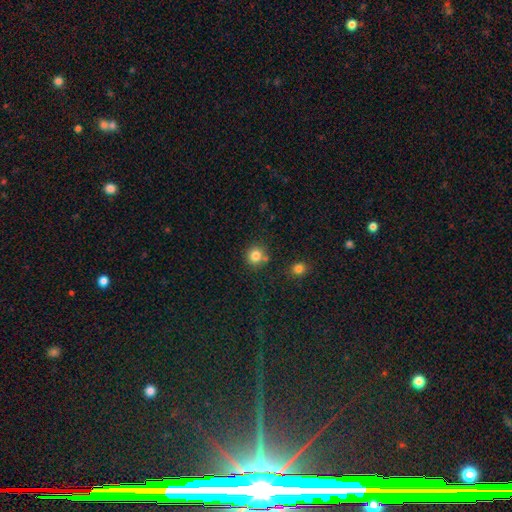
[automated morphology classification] This appears to be a smooth galaxy with no disk features (82%) that is round (90%). Merging: none (76%).